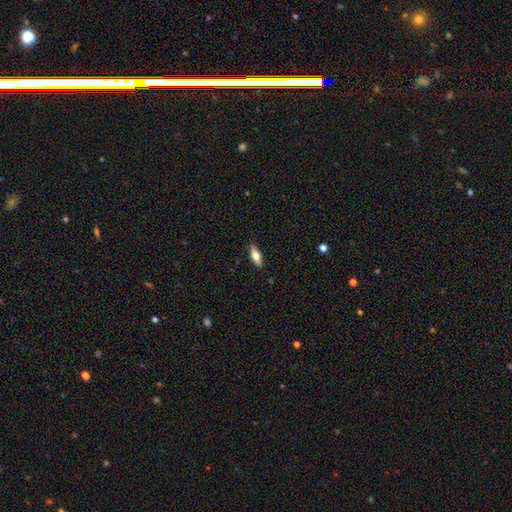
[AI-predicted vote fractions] smooth 66%, featured or disk 27%, star or artifact 6%. Down the decision tree: how rounded — in between (63%); merging — none (89%).